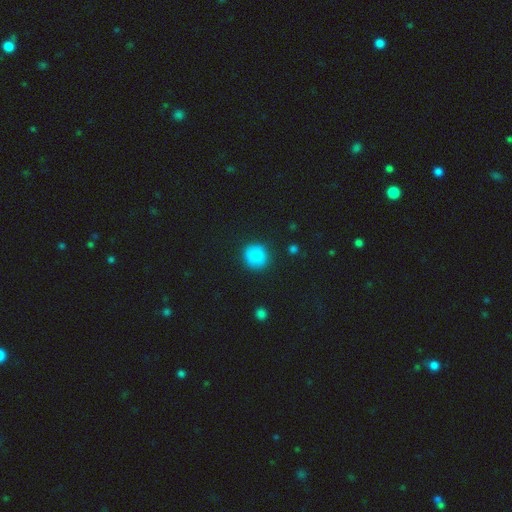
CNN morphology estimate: Smooth or featured? Predicted: smooth (p=0.84). How rounded? Predicted: round (p=0.87). Merging? Predicted: none (p=0.86).